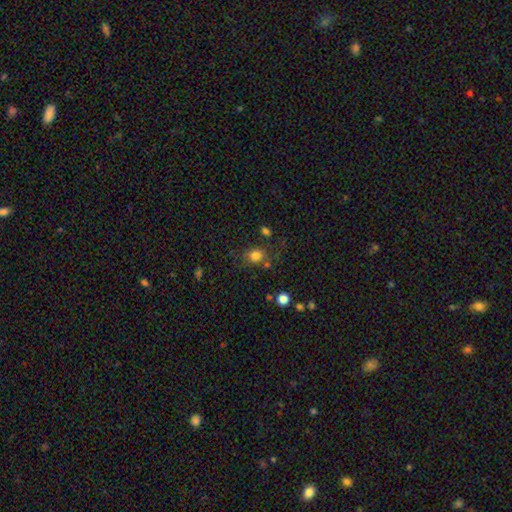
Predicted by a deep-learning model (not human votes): Smooth or featured? smooth (80%)
How rounded? round (62%)
Merging? none (68%)